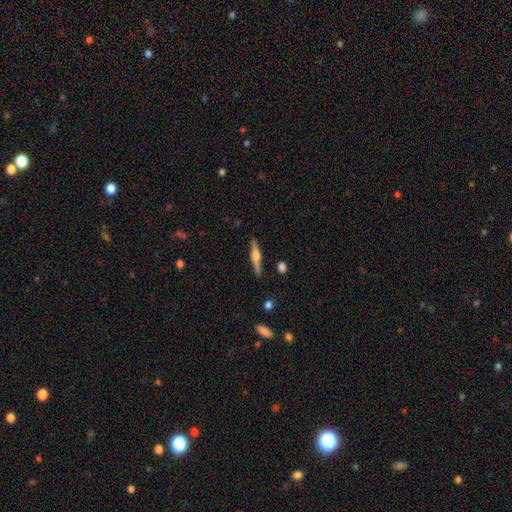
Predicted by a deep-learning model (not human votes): This is likely a featured or disk galaxy (63%). It is clearly viewed edge-on (97%). Edge-on bulge: clearly rounded (85%). Merging: clearly none (87%).